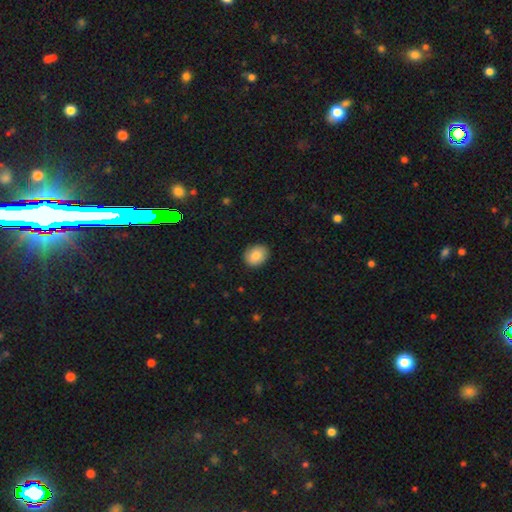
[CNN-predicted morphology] Smooth or featured? Predicted: smooth (p=0.85). How rounded? Predicted: round (p=0.53). Merging? Predicted: none (p=0.88).